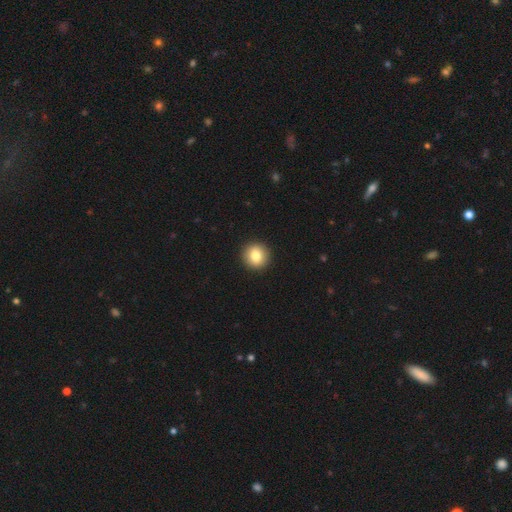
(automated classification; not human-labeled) smooth 80%, featured or disk 11%, star or artifact 9%. Down the decision tree: how rounded — round (90%); merging — none (93%).